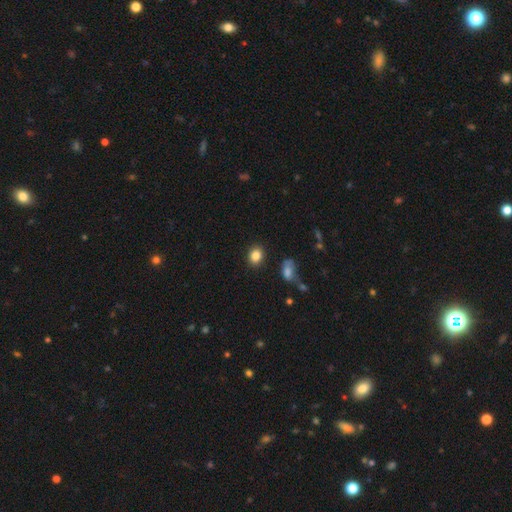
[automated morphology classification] smooth 85%, star or artifact 10%, featured or disk 5%. Down the decision tree: how rounded — round (52%); merging — none (87%).